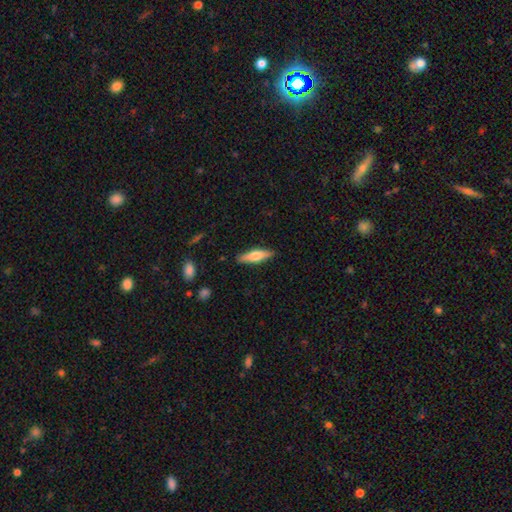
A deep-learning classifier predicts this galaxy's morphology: The model was most divided on "smooth or featured": smooth: 55%, featured or disk: 39%, star or artifact: 6%. More confident: merging — none (88%); how rounded — cigar-shaped (66%).